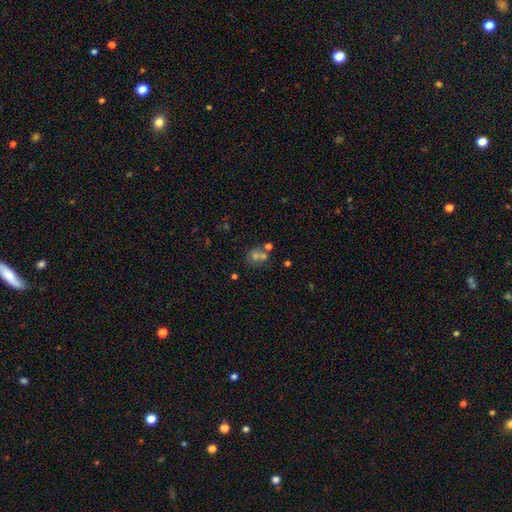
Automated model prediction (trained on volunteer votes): Smooth or featured? Predicted: smooth (p=0.55). How rounded? Predicted: round (p=0.76). Merging? Predicted: none (p=0.52).